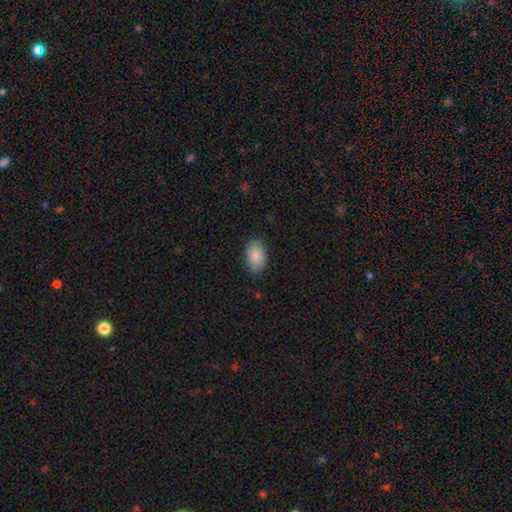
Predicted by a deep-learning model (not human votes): smooth-or-featured: smooth: 86% | featured or disk: 7% | star or artifact: 6%
  how-rounded: in between: 92% | round: 6% | cigar-shaped: 1%
  merging: none: 82% | minor disturbance: 14% | major disturbance: 3% | merger: 1%